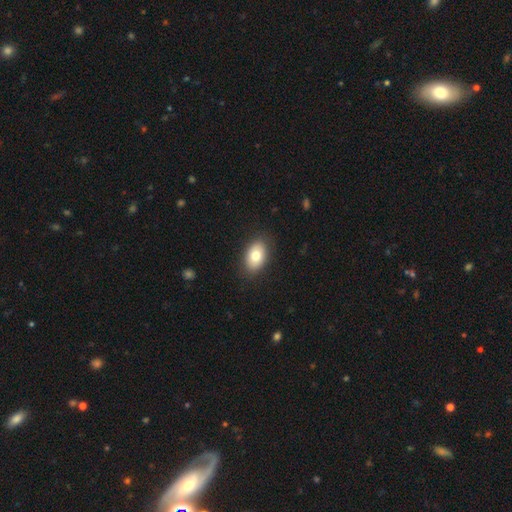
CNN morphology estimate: The model was most divided on "smooth or featured": smooth: 78%, featured or disk: 15%, star or artifact: 8%. More confident: how rounded — in between (88%); merging — none (87%).